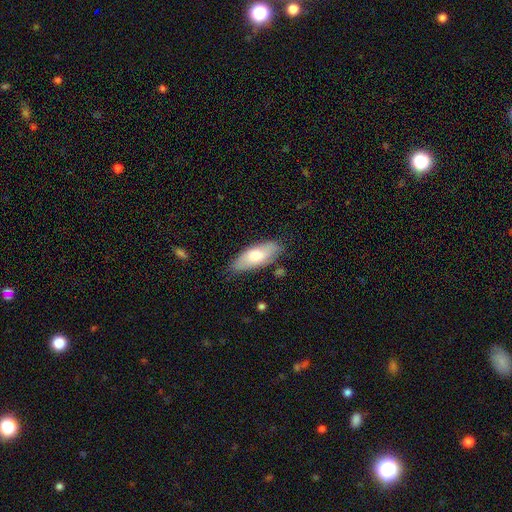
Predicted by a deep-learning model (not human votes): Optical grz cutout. It shows a smooth galaxy with no disk features (68%) that is in between round and cigar-shaped (77%). Merging: none (77%).